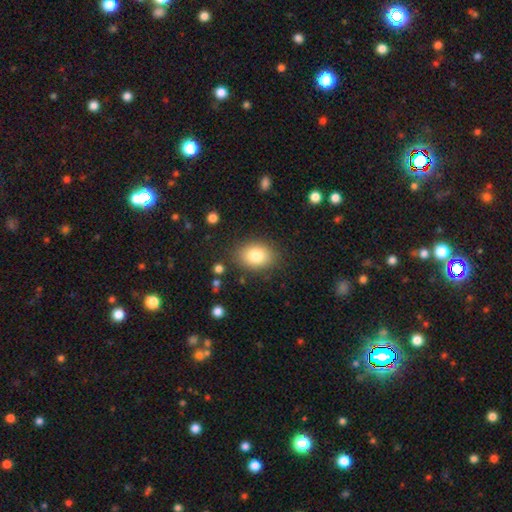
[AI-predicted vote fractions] Smooth or featured? Predicted: smooth (p=0.82). How rounded? Predicted: in between (p=0.71). Merging? Predicted: none (p=0.84).